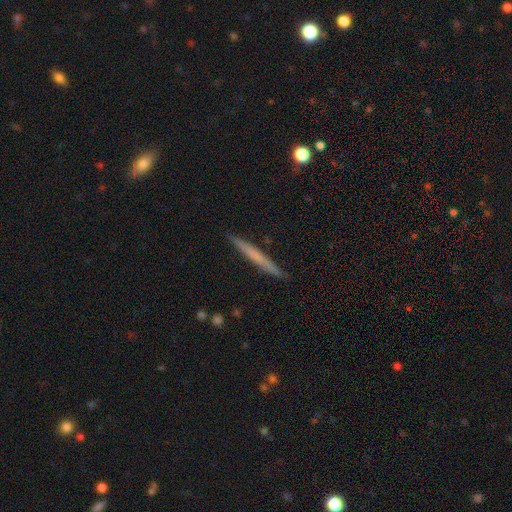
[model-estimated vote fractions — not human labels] Overall: smooth (56%; featured or disk 38%). How rounded: cigar-shaped (97%). Merging: none (91%).